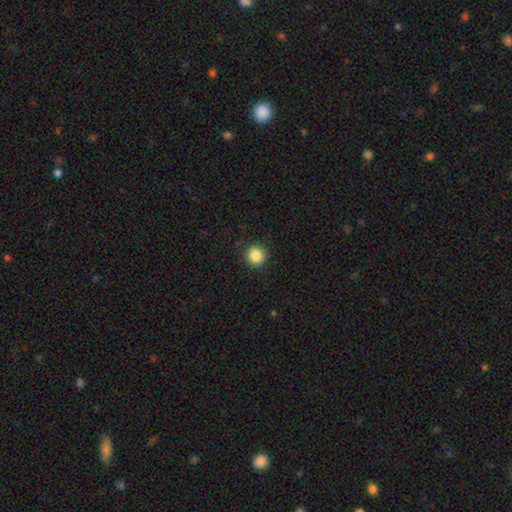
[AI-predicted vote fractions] smooth_or_featured: smooth (p=0.86) [alt: star or artifact p=0.10]
how_rounded: round (p=0.94) [alt: in between p=0.05]
merging: none (p=0.92) [alt: minor disturbance p=0.05]